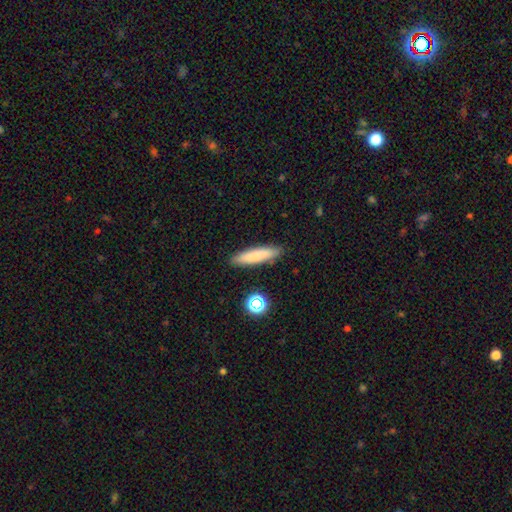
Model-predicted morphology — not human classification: The model was most divided on "how rounded": cigar-shaped: 81%, in between: 18%, round: 2%. More confident: merging — none (88%); smooth or featured — smooth (79%).